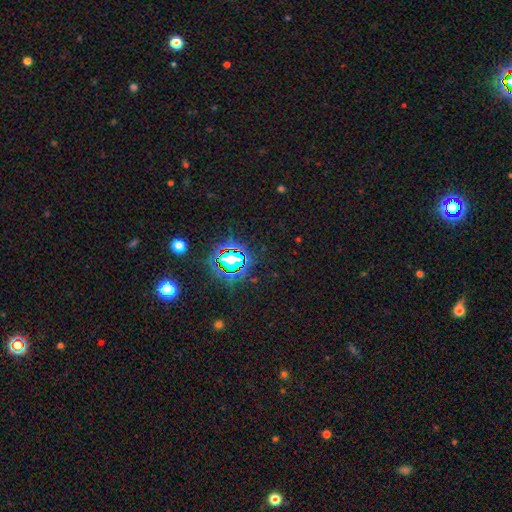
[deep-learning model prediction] smooth_or_featured: star or artifact (p=0.80) [alt: smooth p=0.12]